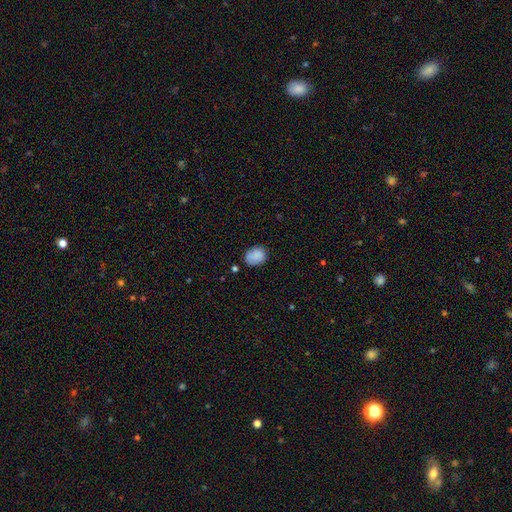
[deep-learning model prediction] Smooth or featured? smooth (85%)
How rounded? in between (56%)
Merging? none (72%)